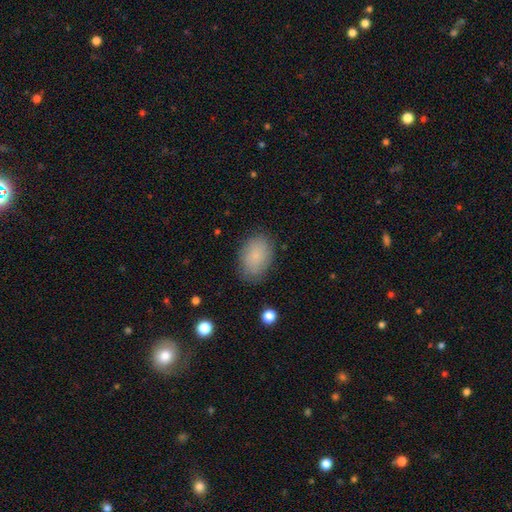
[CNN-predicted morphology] A smooth galaxy with no disk features (81%) that is in between round and cigar-shaped (83%).

Vote fractions:
- Smooth or featured? smooth: 81% / featured or disk: 11% / star or artifact: 8%
- How rounded? in between: 83% / round: 16% / cigar-shaped: 1%
- Merging? none: 80% / minor disturbance: 15% / major disturbance: 4% / merger: 1%